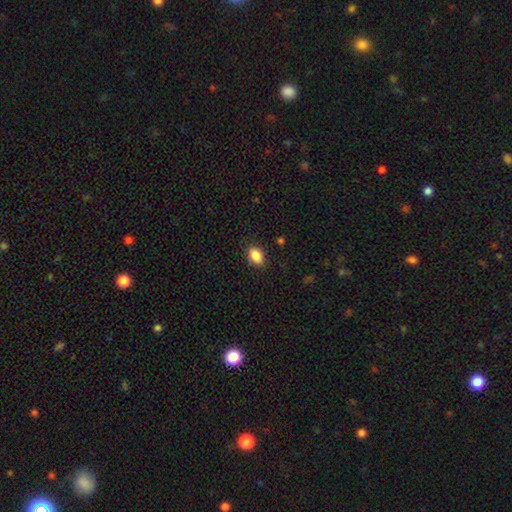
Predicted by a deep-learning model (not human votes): smooth 88%, star or artifact 8%, featured or disk 3%. Down the decision tree: how rounded — in between (84%); merging — none (88%).